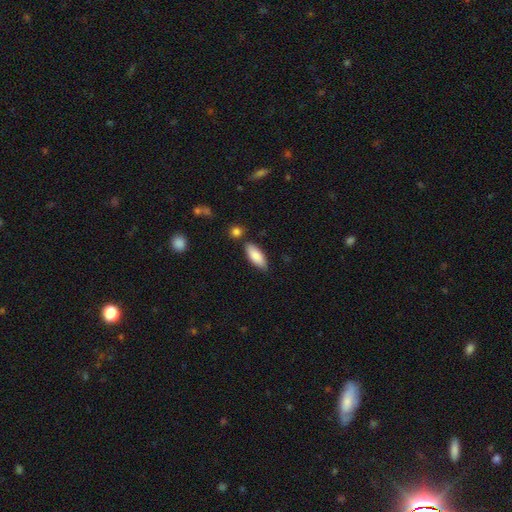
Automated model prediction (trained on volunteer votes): smooth_or_featured: smooth (p=0.85) [alt: featured or disk p=0.09]
how_rounded: in between (p=0.76) [alt: cigar-shaped p=0.22]
merging: none (p=0.78) [alt: minor disturbance p=0.14]